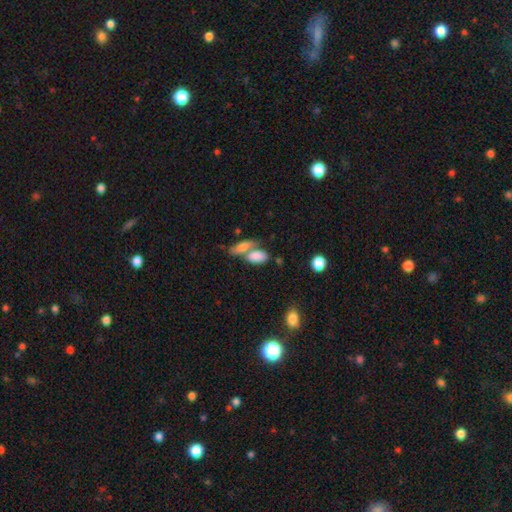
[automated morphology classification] This is clearly a smooth galaxy (82%). How rounded: clearly in between (88%). Merging: possibly merger (51%).